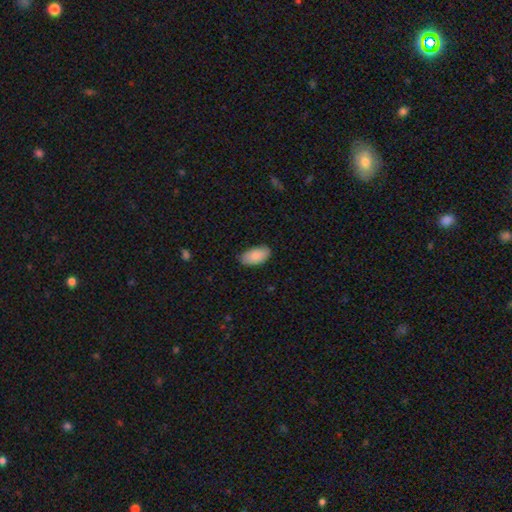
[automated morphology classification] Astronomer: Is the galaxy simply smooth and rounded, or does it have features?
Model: smooth — 88%.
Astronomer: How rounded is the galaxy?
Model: in between — 95%.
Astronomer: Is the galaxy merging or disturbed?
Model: none — 82%.